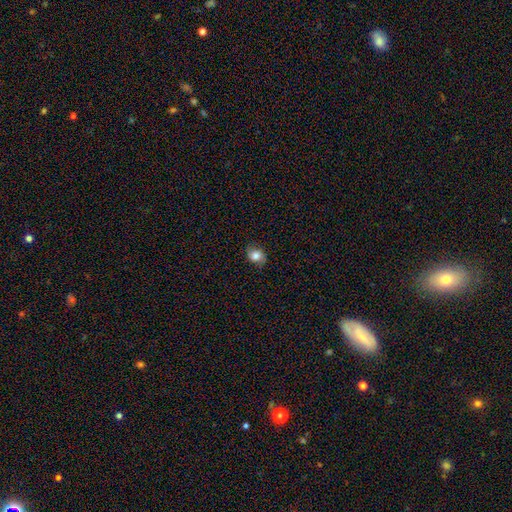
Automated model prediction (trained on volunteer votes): This is likely a smooth galaxy (77%). How rounded: possibly round (53%). Merging: likely none (80%).